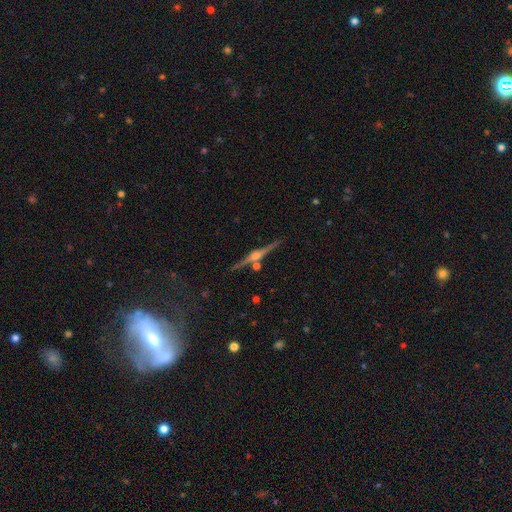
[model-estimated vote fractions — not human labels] Smooth or featured? featured or disk (83%)
Edge-on disk? yes (98%)
Edge-on bulge? rounded (86%)
Merging? none (84%)